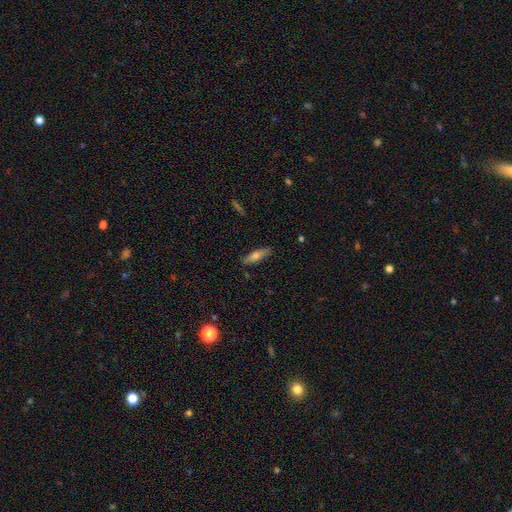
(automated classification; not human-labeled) smooth-or-featured: smooth: 61% | featured or disk: 31% | star or artifact: 7%
  how-rounded: cigar-shaped: 61% | in between: 36% | round: 2%
  merging: none: 85% | minor disturbance: 12% | major disturbance: 2% | merger: 1%